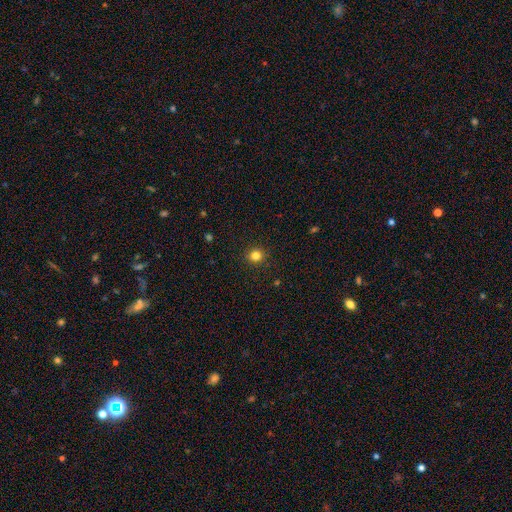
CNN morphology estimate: A smooth galaxy with no disk features (82%) that is round (89%). Merging: none (91%).